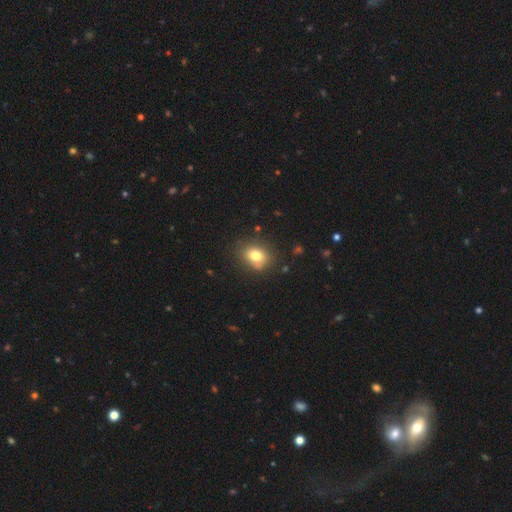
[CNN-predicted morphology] Q: Smooth or featured?
A: smooth (77%); runner-up: star or artifact (11%)
Q: How rounded?
A: in between (53%); runner-up: round (46%)
Q: Merging?
A: none (72%); runner-up: minor disturbance (19%)